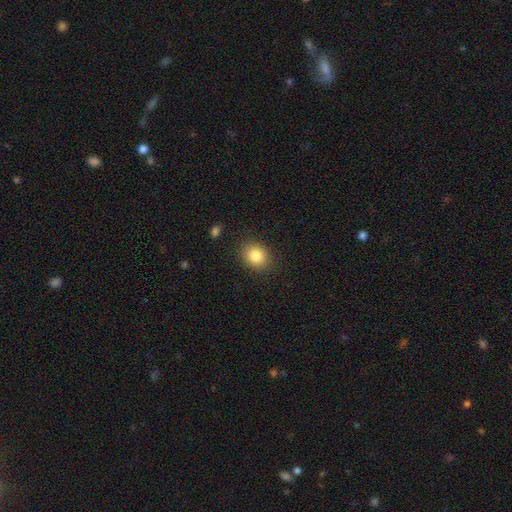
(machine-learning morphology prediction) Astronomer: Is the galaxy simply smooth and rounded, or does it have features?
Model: smooth — 84%.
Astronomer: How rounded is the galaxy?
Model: round — 60% (runner-up: in between, 39%).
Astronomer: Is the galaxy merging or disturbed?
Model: none — 86%.